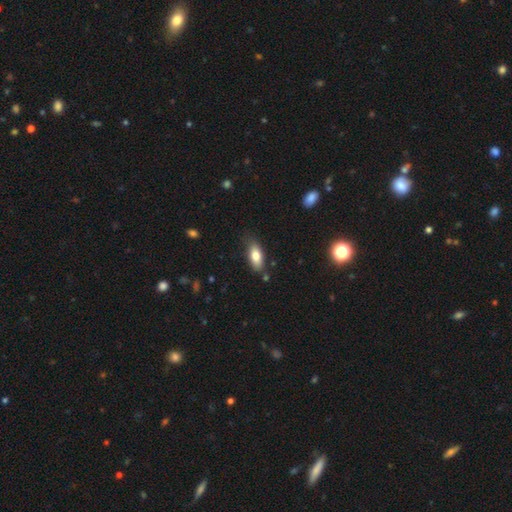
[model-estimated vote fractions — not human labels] Q: Smooth or featured?
A: smooth (78%); runner-up: featured or disk (15%)
Q: How rounded?
A: in between (83%); runner-up: cigar-shaped (14%)
Q: Merging?
A: none (74%); runner-up: minor disturbance (19%)